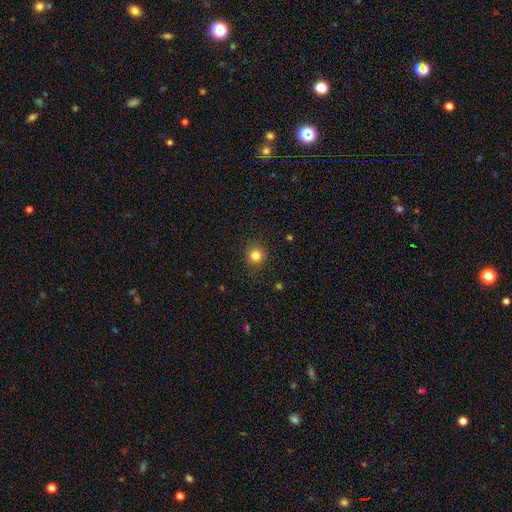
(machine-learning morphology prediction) A smooth galaxy with no disk features (81%) that is round (85%).

Vote fractions:
- Smooth or featured? smooth: 81% / star or artifact: 13% / featured or disk: 6%
- How rounded? round: 85% / in between: 14% / cigar-shaped: 1%
- Merging? none: 85% / minor disturbance: 11% / major disturbance: 3% / merger: 1%